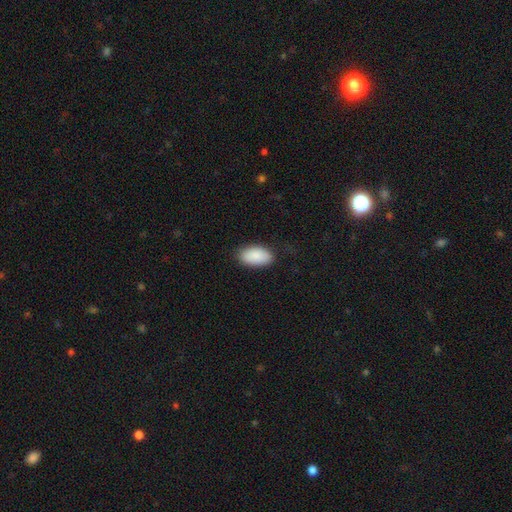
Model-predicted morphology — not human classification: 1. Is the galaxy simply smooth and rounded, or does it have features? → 89% smooth, 6% star or artifact, 5% featured or disk.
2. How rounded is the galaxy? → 95% in between, 3% round, 2% cigar-shaped.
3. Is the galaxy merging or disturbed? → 81% none, 14% minor disturbance, 4% major disturbance, 1% merger.